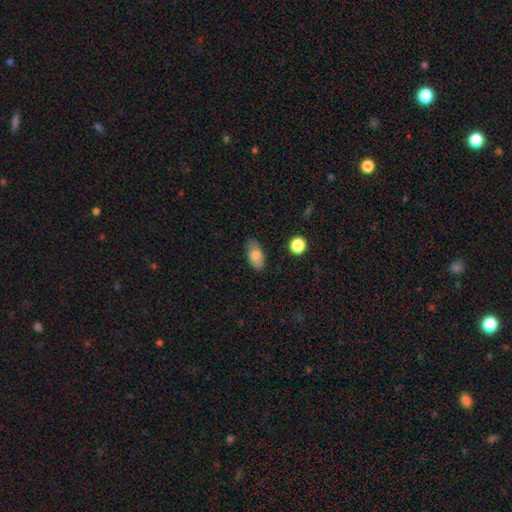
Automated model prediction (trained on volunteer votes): Q: Smooth or featured?
A: smooth (80%); runner-up: featured or disk (13%)
Q: How rounded?
A: in between (91%); runner-up: round (5%)
Q: Merging?
A: none (78%); runner-up: minor disturbance (18%)